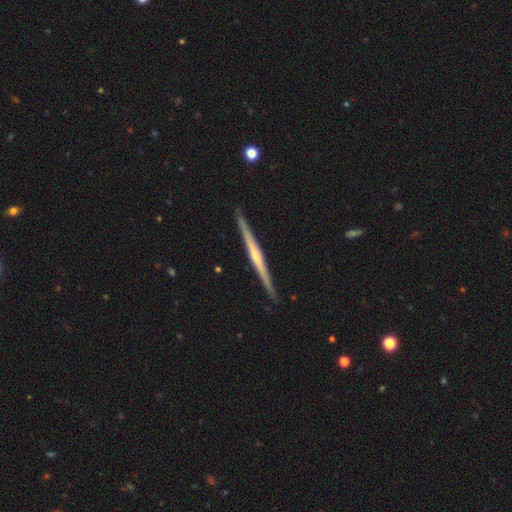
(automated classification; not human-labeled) This is likely a featured or disk galaxy (73%). It is clearly viewed edge-on (98%). Edge-on bulge: marginally none (45%, tied with rounded). Merging: clearly none (91%).